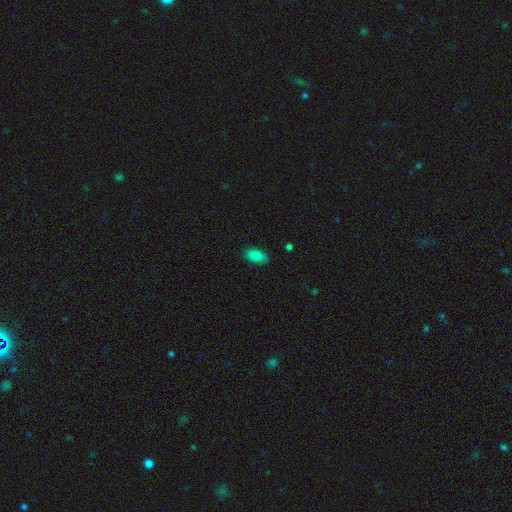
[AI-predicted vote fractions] Q: Smooth or featured?
A: smooth (85%); runner-up: star or artifact (9%)
Q: How rounded?
A: in between (92%); runner-up: cigar-shaped (4%)
Q: Merging?
A: none (87%); runner-up: minor disturbance (10%)